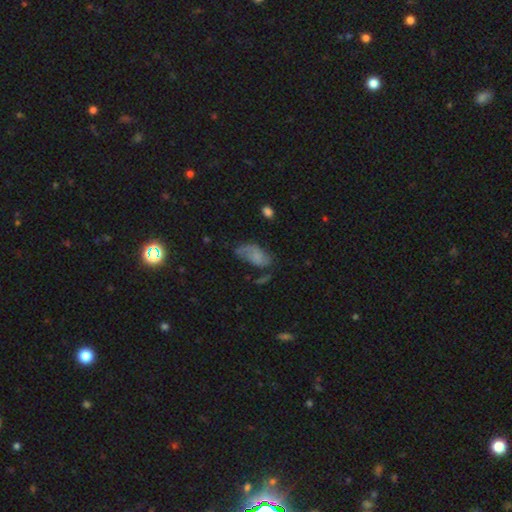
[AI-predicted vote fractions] This appears to be a smooth galaxy with no disk features (64%) that is in between round and cigar-shaped (91%). Merging: none (38%).